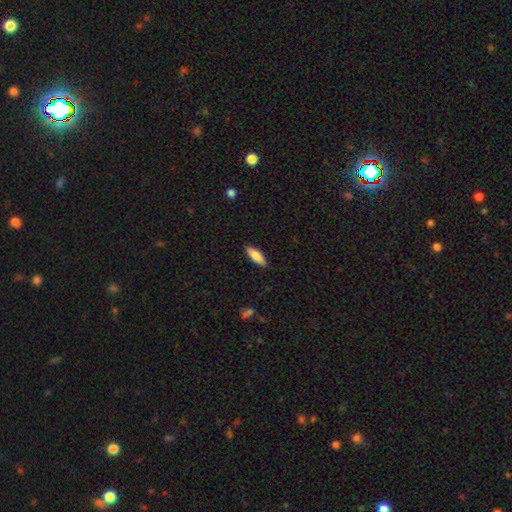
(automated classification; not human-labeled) Smooth or featured: smooth — 77% (featured or disk — 17%)
How rounded: in between — 57% (cigar-shaped — 41%)
Merging: none — 89% (minor disturbance — 9%)